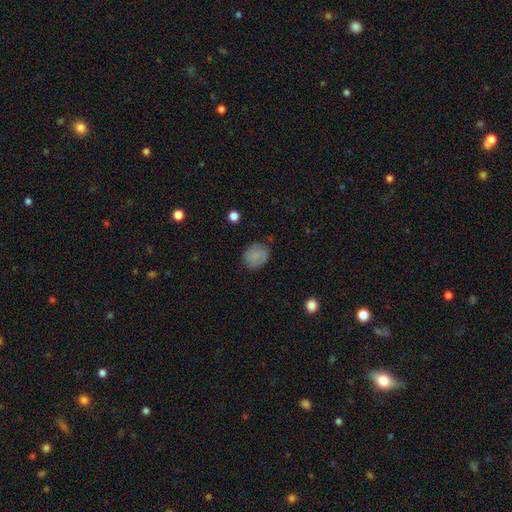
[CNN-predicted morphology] Smooth or featured: smooth — 84% (star or artifact — 9%)
How rounded: round — 62% (in between — 37%)
Merging: none — 81% (minor disturbance — 14%)